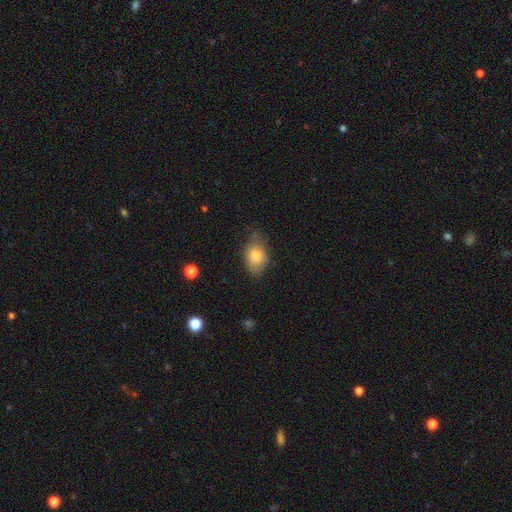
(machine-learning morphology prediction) Smooth or featured: smooth — 77% (featured or disk — 15%)
How rounded: in between — 80% (round — 19%)
Merging: none — 62% (minor disturbance — 29%)